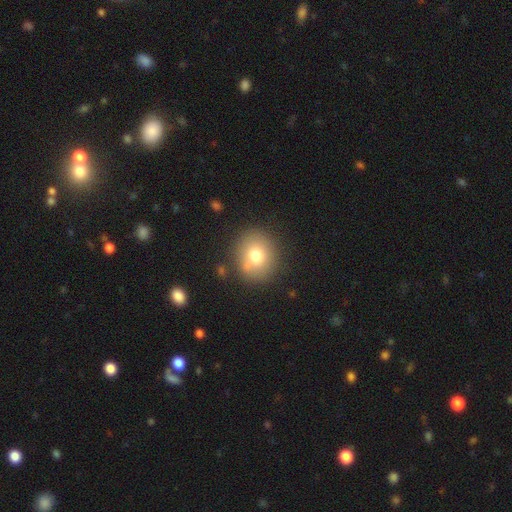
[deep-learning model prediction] This appears to be a smooth galaxy with no disk features (74%) that is round (78%). Merging: none (80%).